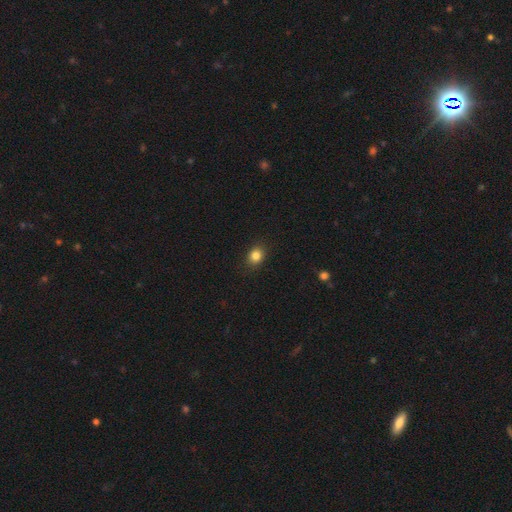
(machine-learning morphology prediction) Smooth or featured: smooth — 84% (star or artifact — 11%)
How rounded: round — 54% (in between — 45%)
Merging: none — 89% (minor disturbance — 8%)